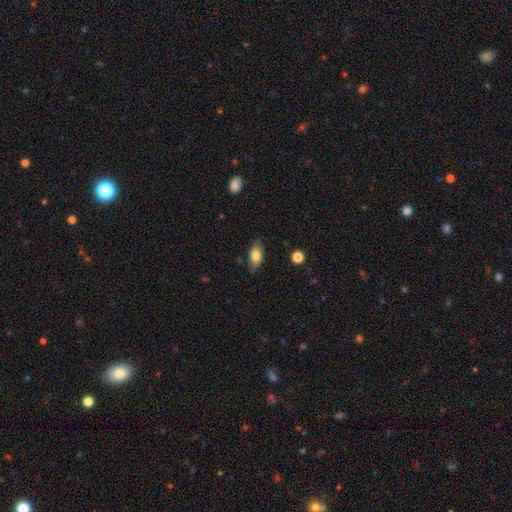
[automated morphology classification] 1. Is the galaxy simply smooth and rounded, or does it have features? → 77% smooth, 16% featured or disk, 7% star or artifact.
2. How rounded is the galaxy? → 84% in between, 11% cigar-shaped, 4% round.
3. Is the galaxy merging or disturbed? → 80% none, 15% minor disturbance, 3% major disturbance, 1% merger.